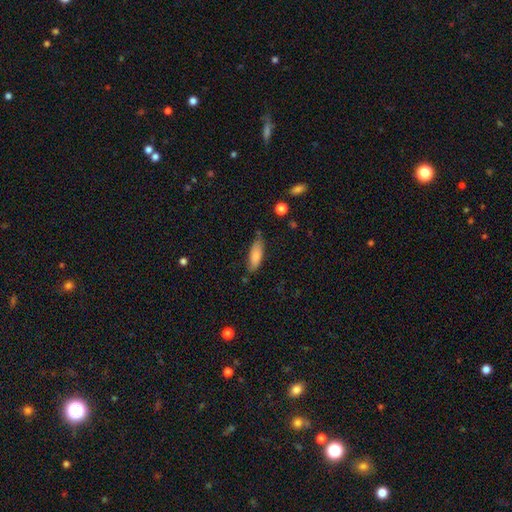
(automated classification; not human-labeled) Smooth or featured: smooth — 82% (featured or disk — 11%)
How rounded: in between — 58% (cigar-shaped — 40%)
Merging: none — 70% (minor disturbance — 22%)